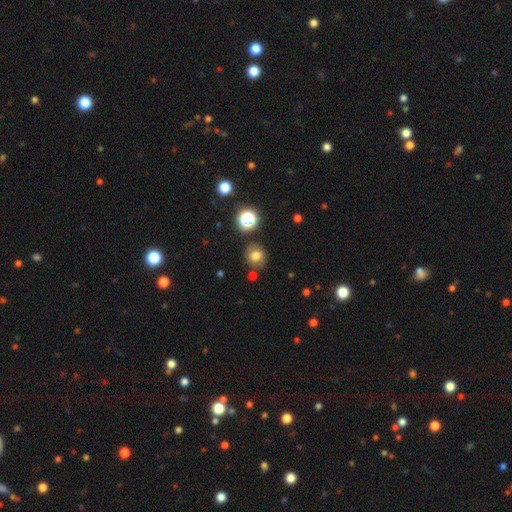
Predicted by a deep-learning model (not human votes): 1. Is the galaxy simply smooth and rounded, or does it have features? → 73% smooth, 16% star or artifact, 11% featured or disk.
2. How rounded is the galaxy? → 77% round, 22% in between, 1% cigar-shaped.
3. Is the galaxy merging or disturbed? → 78% none, 12% minor disturbance, 6% merger, 4% major disturbance.